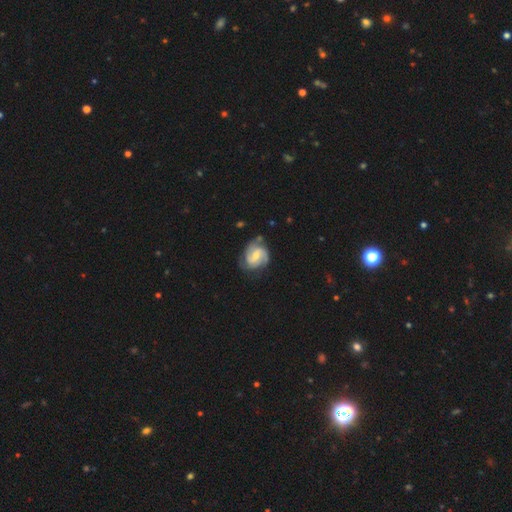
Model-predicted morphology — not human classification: A featured or disk galaxy (79%) with a weak bar (54%), 2 (70%) medium (47%) spiral arms (95%) and a small central bulge (46%).

Vote fractions:
- Smooth or featured? featured or disk: 79% / smooth: 16% / star or artifact: 5%
- Edge-on disk? no: 98% / yes: 2%
- Bar? weak: 54% / no: 27% / strong: 19%
- Spiral arms? yes: 95% / no: 5%
- Spiral winding? medium: 47% / tight: 35% / loose: 18%
- Spiral arm count? 2: 70% / 3: 14% / can't tell: 10% / 1: 3% / 4: 2% / more than 4: 2%
- Bulge size? small: 46% / moderate: 45% / none: 5% / large: 3% / dominant: 1%
- Merging? none: 67% / minor disturbance: 22% / major disturbance: 8% / merger: 3%